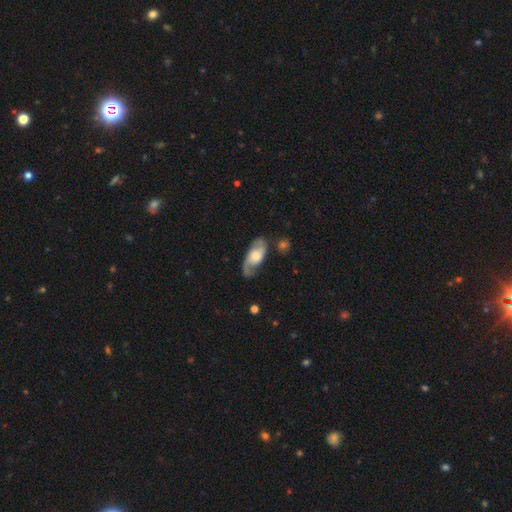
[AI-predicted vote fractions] smooth-or-featured: featured or disk: 69% | smooth: 25% | star or artifact: 6%
  disk-edge-on: no: 90% | yes: 10%
    bar: no: 63% | weak: 30% | strong: 7%
    has-spiral-arms: yes: 89% | no: 11%
      spiral-winding: medium: 44% | loose: 36% | tight: 20%
      spiral-arm-count: 2: 78% | 1: 10% | can't tell: 8% | 3: 1% | 4: 1% | more than 4: 1%
    bulge-size: moderate: 55% | small: 24% | large: 16% | none: 3% | dominant: 2%
  merging: none: 68% | minor disturbance: 20% | major disturbance: 9% | merger: 3%